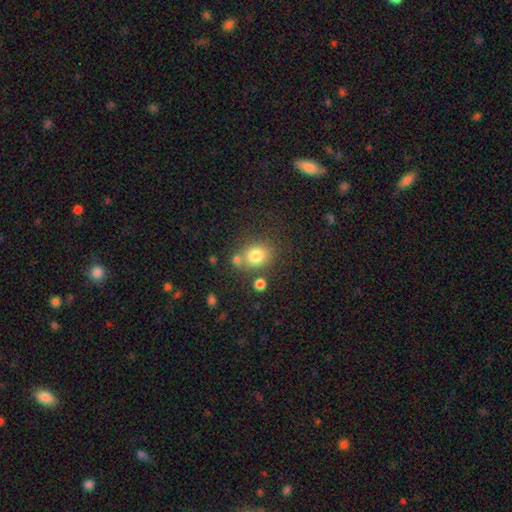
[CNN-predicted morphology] Q: Smooth or featured?
A: smooth (79%); runner-up: star or artifact (12%)
Q: How rounded?
A: round (61%); runner-up: in between (38%)
Q: Merging?
A: none (66%); runner-up: merger (16%)